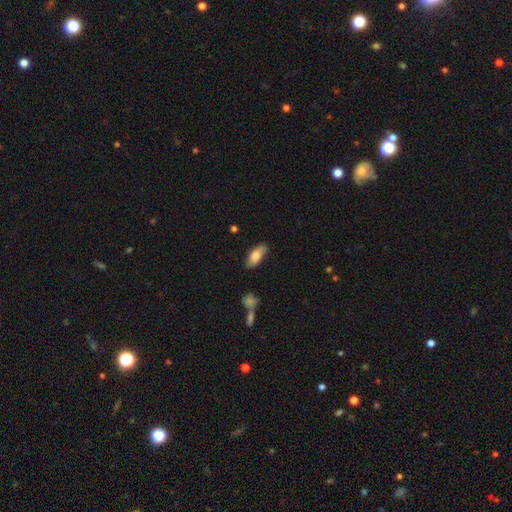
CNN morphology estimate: smooth-or-featured: smooth: 75% | featured or disk: 18% | star or artifact: 7%
  how-rounded: in between: 85% | cigar-shaped: 12% | round: 3%
  merging: none: 72% | minor disturbance: 22% | major disturbance: 4% | merger: 2%